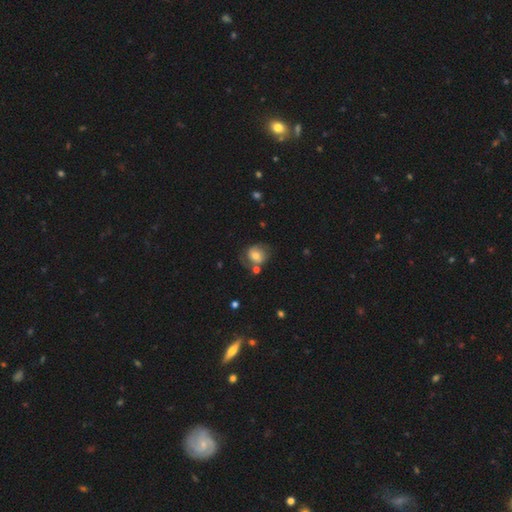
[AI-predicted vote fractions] A smooth galaxy with no disk features (54%) that is round (69%).

Vote fractions:
- Smooth or featured? smooth: 54% / featured or disk: 36% / star or artifact: 10%
- How rounded? round: 69% / in between: 30% / cigar-shaped: 1%
- Merging? none: 56% / minor disturbance: 22% / major disturbance: 12% / merger: 11%